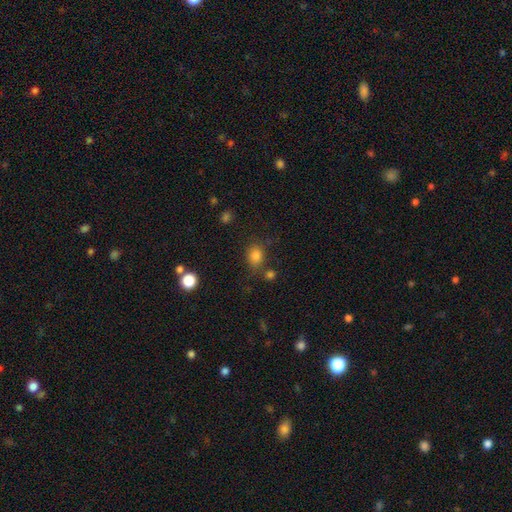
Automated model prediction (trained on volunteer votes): A smooth galaxy with no disk features (81%) that is round (51%).

Vote fractions:
- Smooth or featured? smooth: 81% / star or artifact: 13% / featured or disk: 6%
- How rounded? round: 51% / in between: 48% / cigar-shaped: 1%
- Merging? none: 70% / minor disturbance: 16% / merger: 8% / major disturbance: 6%